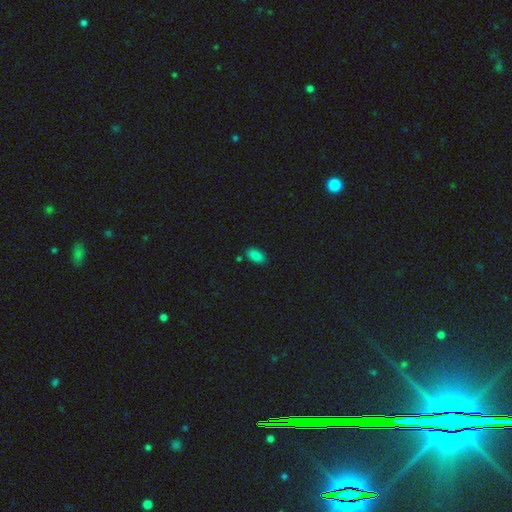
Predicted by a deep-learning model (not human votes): The model was most divided on "merging": none: 82%, minor disturbance: 12%, merger: 4%, major disturbance: 3%. More confident: how rounded — in between (93%); smooth or featured — smooth (85%).